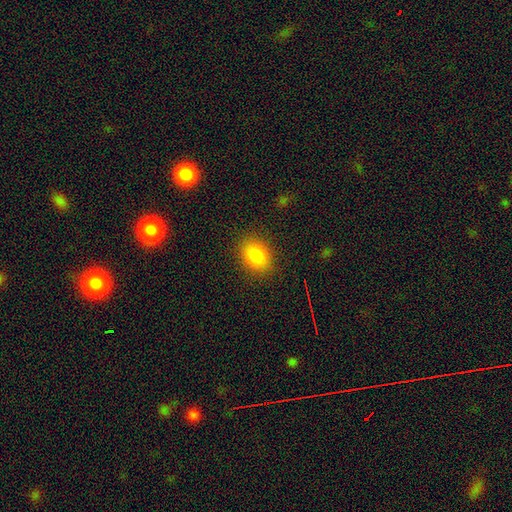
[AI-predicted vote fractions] Smooth or featured? smooth (84%)
How rounded? in between (65%)
Merging? none (87%)